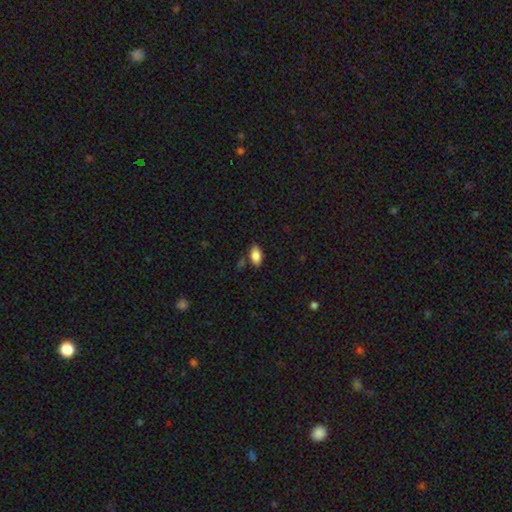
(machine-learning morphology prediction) smooth-or-featured: smooth: 85% | star or artifact: 8% | featured or disk: 7%
  how-rounded: in between: 92% | round: 4% | cigar-shaped: 4%
  merging: none: 79% | minor disturbance: 14% | merger: 4% | major disturbance: 3%